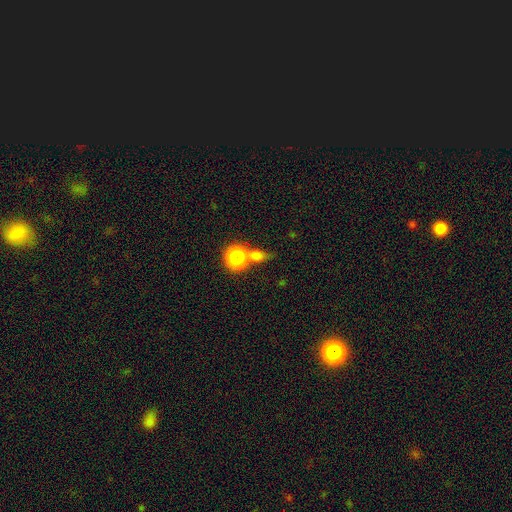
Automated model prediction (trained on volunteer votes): Smooth or featured?
  - smooth: 72% *
  - star or artifact: 18%
  - featured or disk: 11%
How rounded?
  - round: 60% *
  - in between: 35%
  - cigar-shaped: 5%
Merging?
  - none: 44% *
  - merger: 36%
  - minor disturbance: 12%
  - major disturbance: 7%